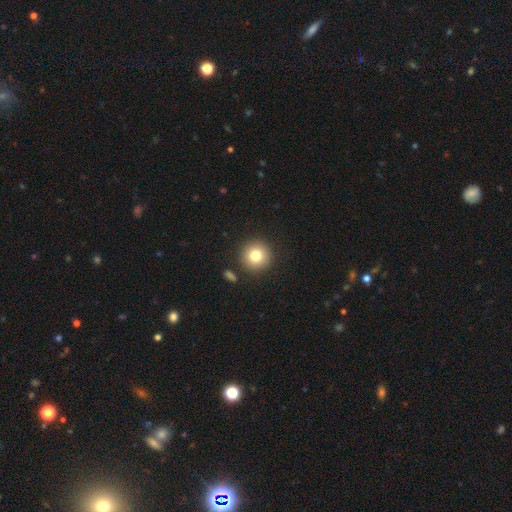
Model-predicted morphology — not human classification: type=smooth (80%); roundness=round (95%); merging=none (88%).